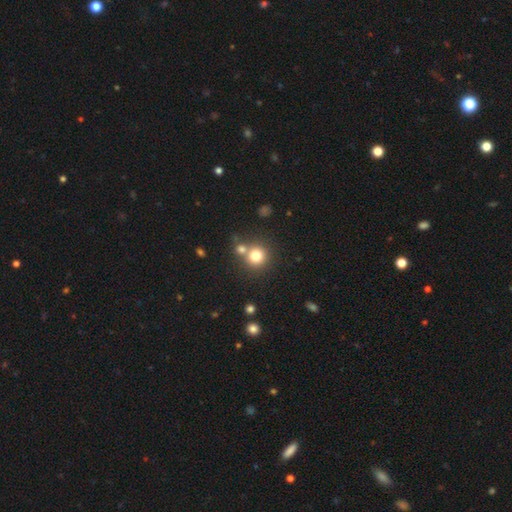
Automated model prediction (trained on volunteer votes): Smooth or featured? Predicted: smooth (p=0.77). How rounded? Predicted: round (p=0.92). Merging? Predicted: none (p=0.63).